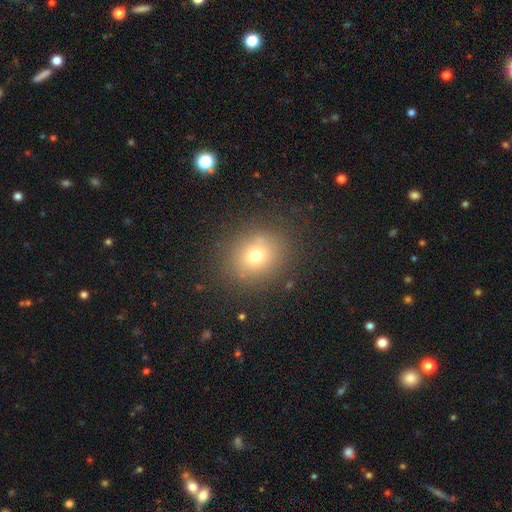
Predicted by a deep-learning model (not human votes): smooth_or_featured: smooth (p=0.72) [alt: star or artifact p=0.16]
how_rounded: round (p=0.67) [alt: in between p=0.32]
merging: none (p=0.83) [alt: minor disturbance p=0.10]